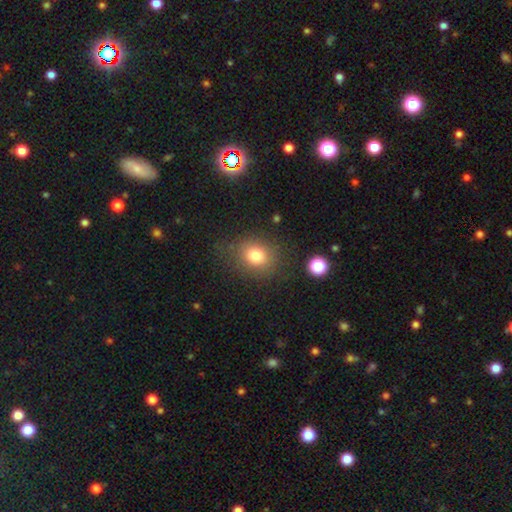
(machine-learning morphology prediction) Smooth or featured?
  - smooth: 79% *
  - star or artifact: 12%
  - featured or disk: 9%
How rounded?
  - round: 64% *
  - in between: 36%
  - cigar-shaped: 1%
Merging?
  - none: 77% *
  - minor disturbance: 14%
  - major disturbance: 6%
  - merger: 3%